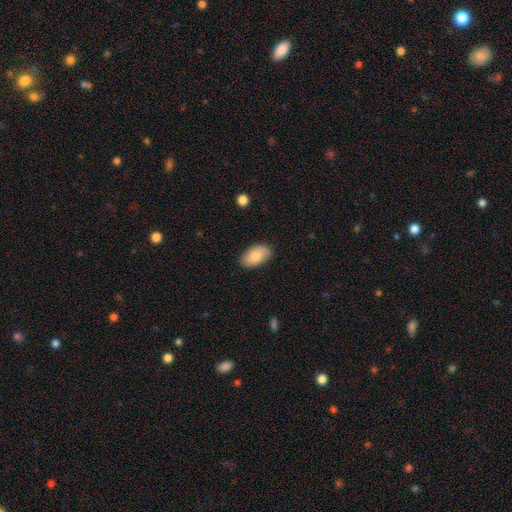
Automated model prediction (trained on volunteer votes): smooth_or_featured: smooth (p=0.82) [alt: featured or disk p=0.12]
how_rounded: in between (p=0.94) [alt: round p=0.04]
merging: none (p=0.83) [alt: minor disturbance p=0.14]